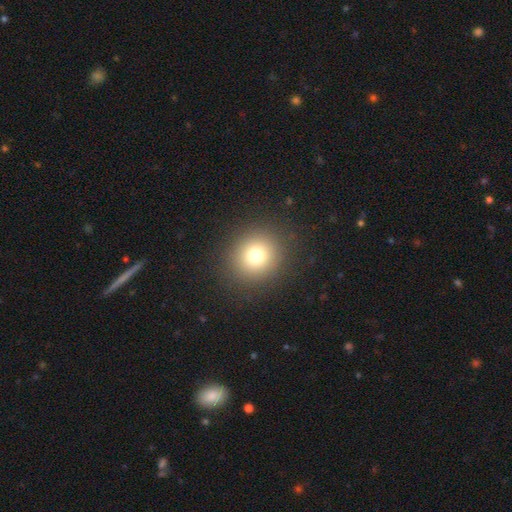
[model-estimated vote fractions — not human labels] A smooth galaxy with no disk features (76%) that is round (87%). Merging: none (90%).